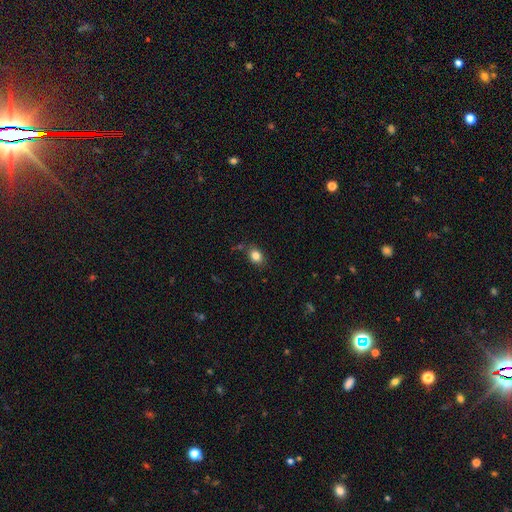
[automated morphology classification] This appears to be a smooth galaxy with no disk features (83%) that is in between round and cigar-shaped (61%). Merging: none (78%).